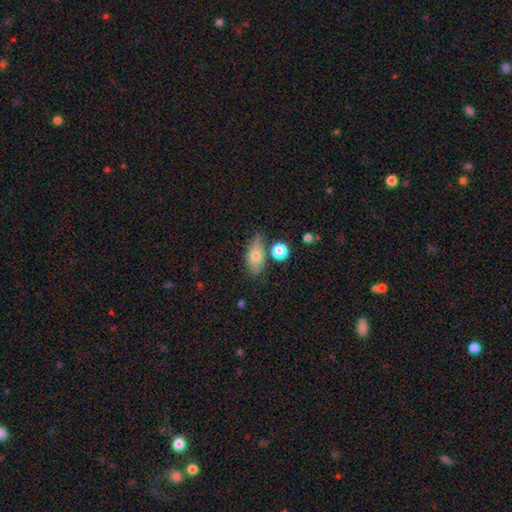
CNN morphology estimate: The model was most divided on "merging": none: 64%, minor disturbance: 20%, merger: 11%, major disturbance: 5%. More confident: how rounded — in between (84%); smooth or featured — smooth (73%).